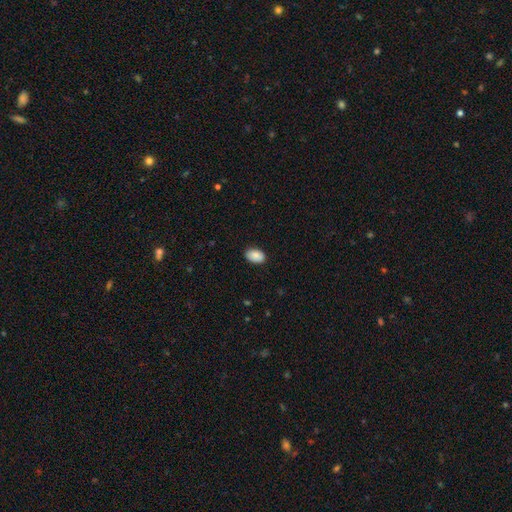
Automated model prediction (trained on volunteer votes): Smooth or featured? smooth (87%)
How rounded? in between (89%)
Merging? none (87%)